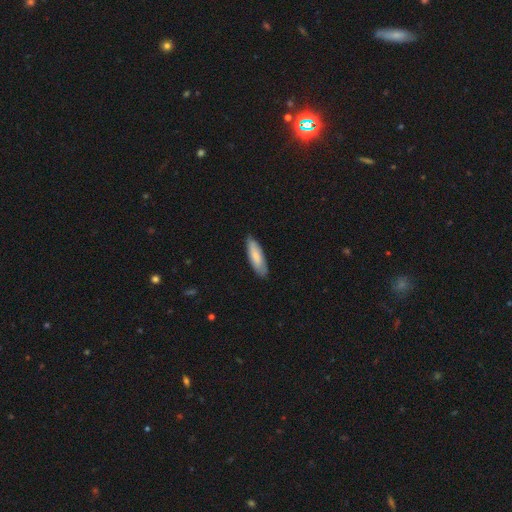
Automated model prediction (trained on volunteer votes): smooth_or_featured: smooth (p=0.80) [alt: featured or disk p=0.15]
how_rounded: in between (p=0.50) [alt: cigar-shaped p=0.48]
merging: none (p=0.84) [alt: minor disturbance p=0.13]